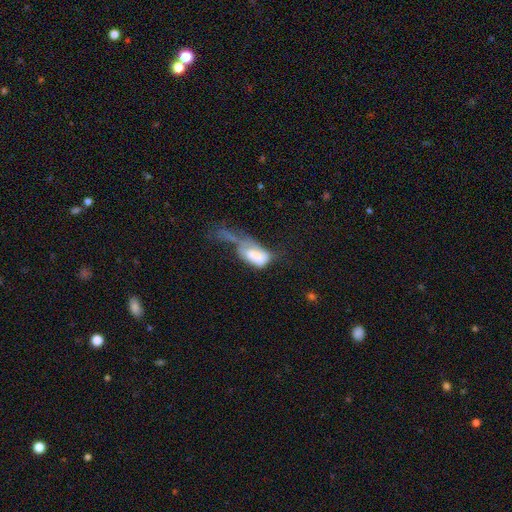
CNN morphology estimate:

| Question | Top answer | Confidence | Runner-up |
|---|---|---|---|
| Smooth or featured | smooth | 67% | featured or disk (24%) |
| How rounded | in between | 91% | round (5%) |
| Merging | major disturbance | 54% | merger (24%) |